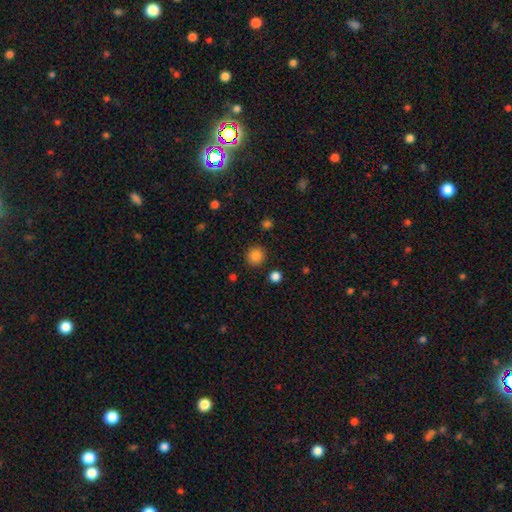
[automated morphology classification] Smooth or featured?
  - smooth: 86% *
  - star or artifact: 11%
  - featured or disk: 4%
How rounded?
  - round: 93% *
  - in between: 6%
  - cigar-shaped: 1%
Merging?
  - none: 90% *
  - minor disturbance: 6%
  - major disturbance: 2%
  - merger: 2%